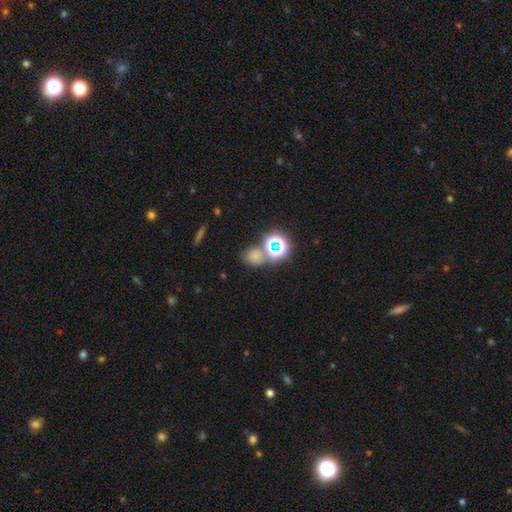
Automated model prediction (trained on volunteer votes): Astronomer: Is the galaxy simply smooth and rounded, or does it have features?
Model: smooth — 61%.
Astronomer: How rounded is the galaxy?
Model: round — 70%.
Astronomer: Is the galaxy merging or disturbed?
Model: none — 61%.